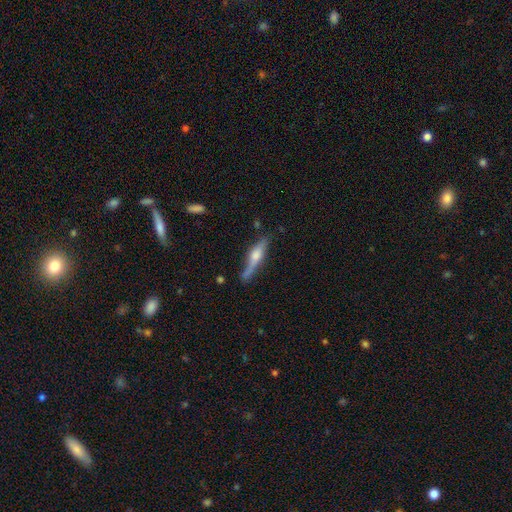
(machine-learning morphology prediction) type=featured or disk (62%); edge-on=yes (94%); edge-on bulge=rounded (86%); merging=none (68%).